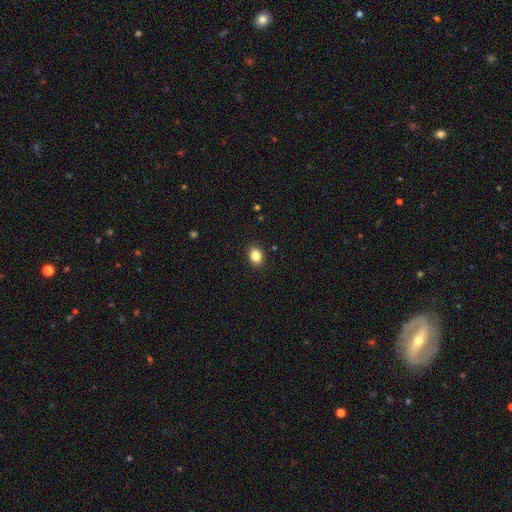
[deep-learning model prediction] Morphology: type=smooth (85%); roundness=in between (53%); merging=none (90%).